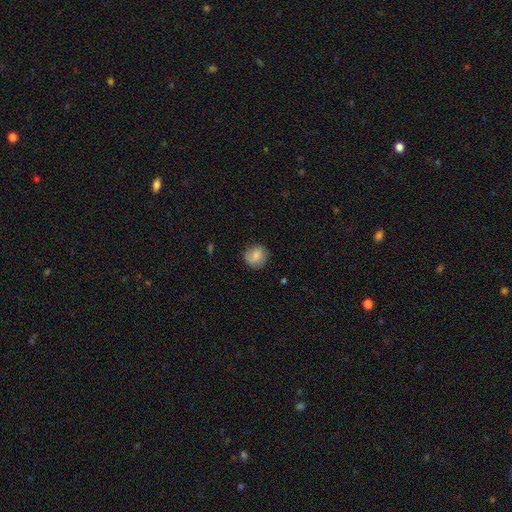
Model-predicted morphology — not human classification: The model was most divided on "how rounded": round: 83%, in between: 16%, cigar-shaped: 1%. More confident: merging — none (82%); smooth or featured — smooth (82%).